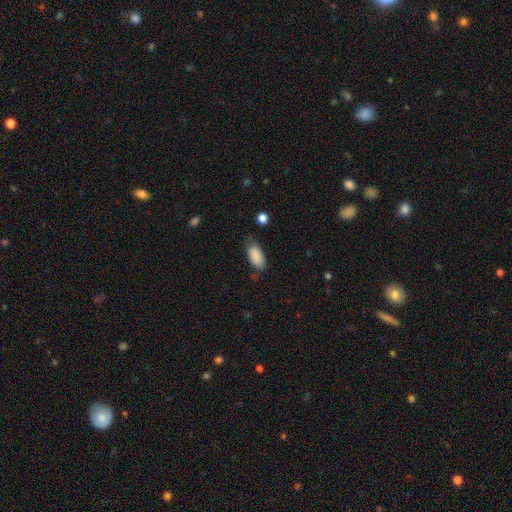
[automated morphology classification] A smooth galaxy with no disk features (88%) that is in between round and cigar-shaped (92%).

Vote fractions:
- Smooth or featured? smooth: 88% / star or artifact: 7% / featured or disk: 5%
- How rounded? in between: 92% / cigar-shaped: 6% / round: 3%
- Merging? none: 65% / minor disturbance: 27% / major disturbance: 6% / merger: 2%